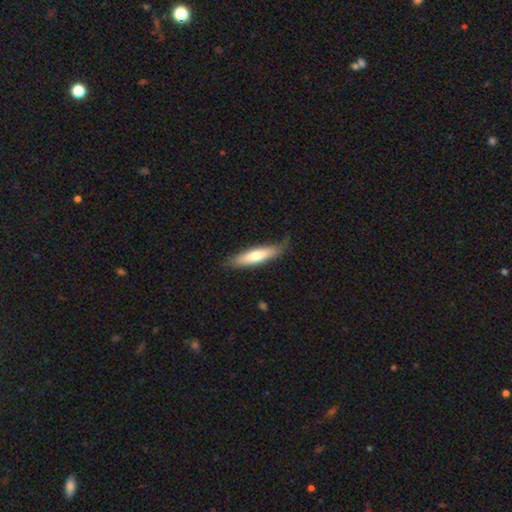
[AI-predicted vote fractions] Smooth or featured? Predicted: smooth (p=0.66). How rounded? Predicted: cigar-shaped (p=0.75). Merging? Predicted: none (p=0.75).